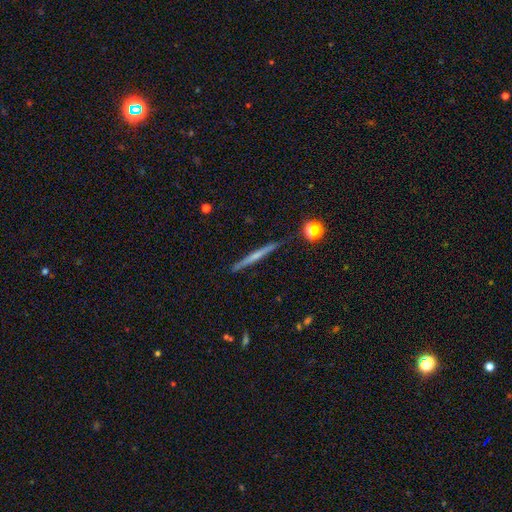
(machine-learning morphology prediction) The model was most divided on "smooth or featured": featured or disk: 56%, smooth: 37%, star or artifact: 8%. More confident: edge-on disk — yes (97%); merging — none (89%); edge-on bulge — none (66%).